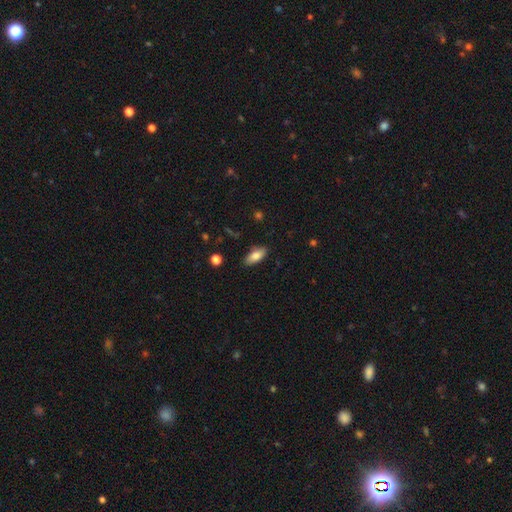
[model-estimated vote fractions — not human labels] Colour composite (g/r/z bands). It shows a smooth galaxy with no disk features (79%) that is in between round and cigar-shaped (83%). Merging: none (85%).